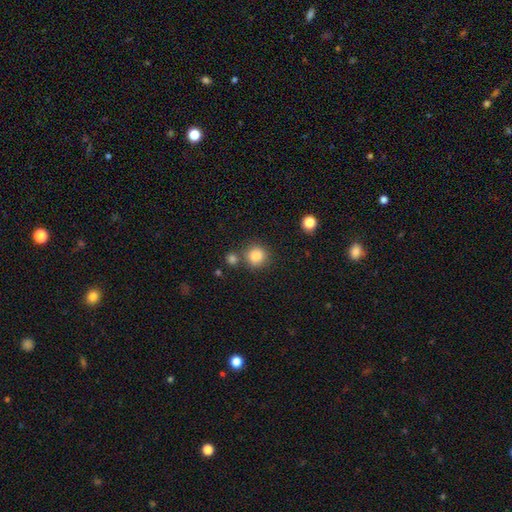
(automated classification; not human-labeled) The model was most divided on "merging": none: 72%, merger: 14%, minor disturbance: 10%, major disturbance: 4%. More confident: how rounded — round (90%); smooth or featured — smooth (86%).